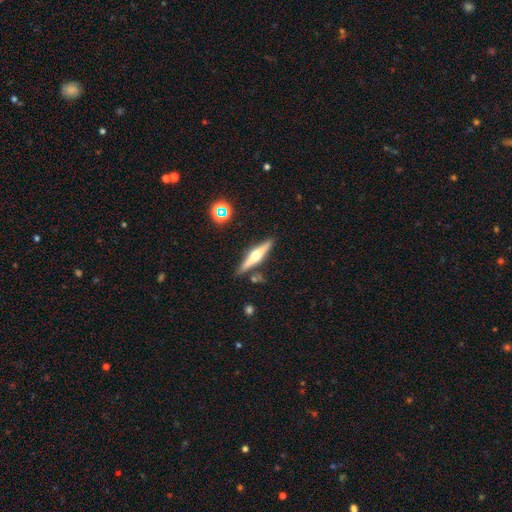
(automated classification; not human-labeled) Smooth or featured: featured or disk — 66% (smooth — 27%)
Edge-on disk: yes — 97% (no — 3%)
Edge-on bulge: rounded — 90% (boxy — 7%)
Merging: none — 85% (minor disturbance — 9%)